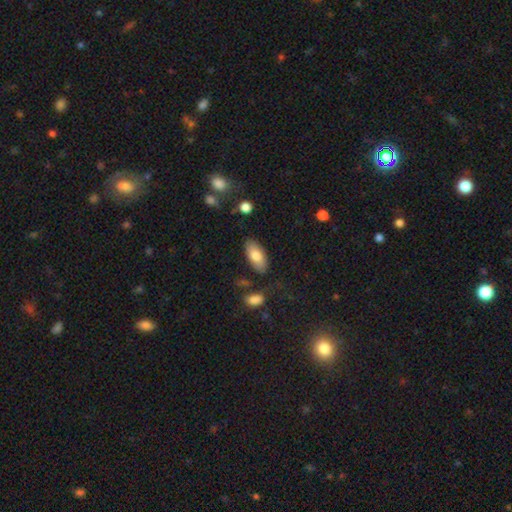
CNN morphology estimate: smooth_or_featured: smooth (p=0.80) [alt: featured or disk p=0.14]
how_rounded: in between (p=0.91) [alt: cigar-shaped p=0.07]
merging: none (p=0.80) [alt: minor disturbance p=0.13]